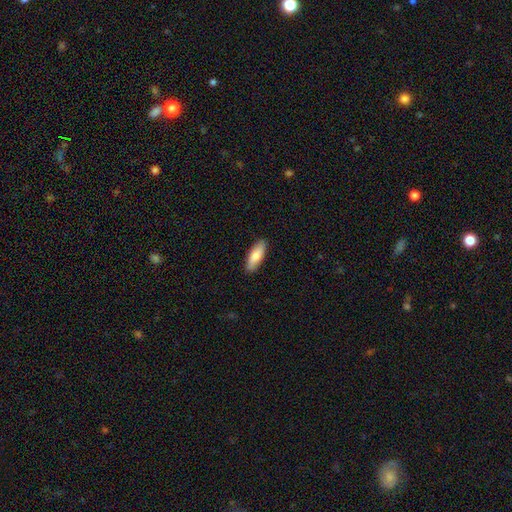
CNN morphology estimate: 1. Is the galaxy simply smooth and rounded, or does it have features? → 79% smooth, 16% featured or disk, 5% star or artifact.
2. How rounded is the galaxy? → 66% in between, 32% cigar-shaped, 2% round.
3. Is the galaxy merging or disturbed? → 88% none, 9% minor disturbance, 2% major disturbance, 1% merger.